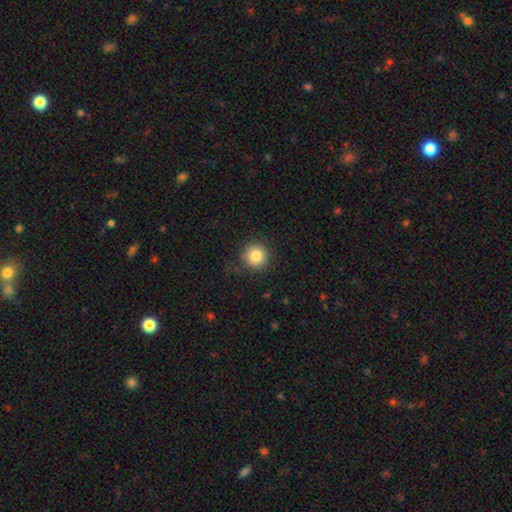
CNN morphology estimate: This appears to be a smooth galaxy with no disk features (85%) that is round (94%). Merging: none (86%).